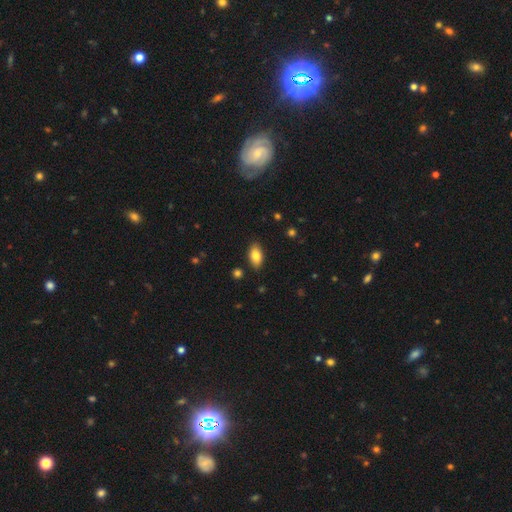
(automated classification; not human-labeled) Overall: smooth (84%). How rounded: in between (91%). Merging: none (86%).